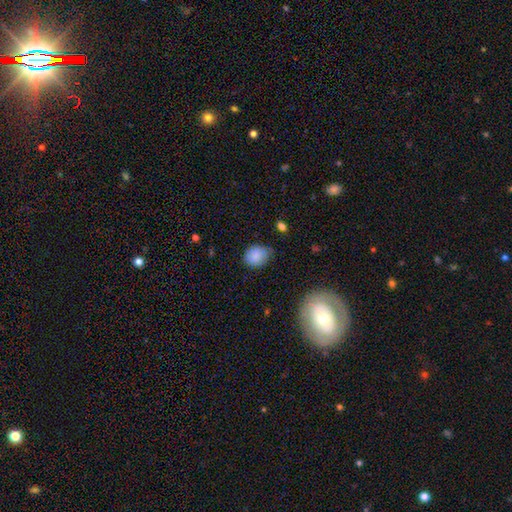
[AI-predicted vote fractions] A smooth galaxy with no disk features (83%) that is in between round and cigar-shaped (51%).

Vote fractions:
- Smooth or featured? smooth: 83% / star or artifact: 8% / featured or disk: 8%
- How rounded? in between: 51% / round: 48% / cigar-shaped: 1%
- Merging? none: 66% / minor disturbance: 28% / major disturbance: 4% / merger: 2%